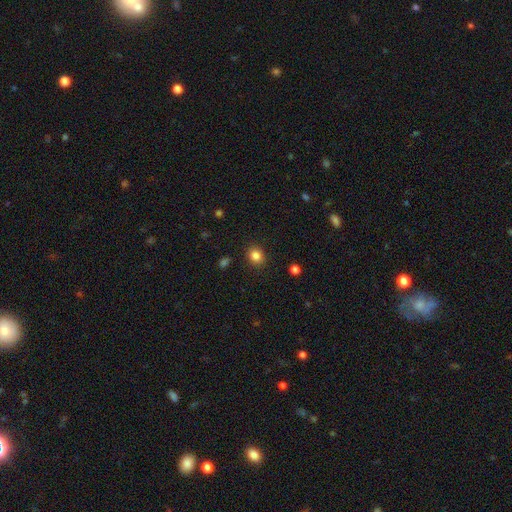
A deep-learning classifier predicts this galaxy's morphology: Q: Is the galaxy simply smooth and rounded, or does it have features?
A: smooth — 84%.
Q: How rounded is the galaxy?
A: round — 70%.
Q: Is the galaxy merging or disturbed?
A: none — 90%.